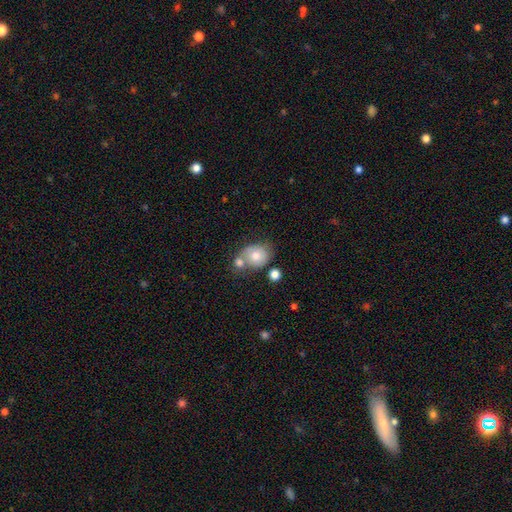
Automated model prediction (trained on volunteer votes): Morphology: type=smooth (72%); roundness=round (58%); merging=none (41%).